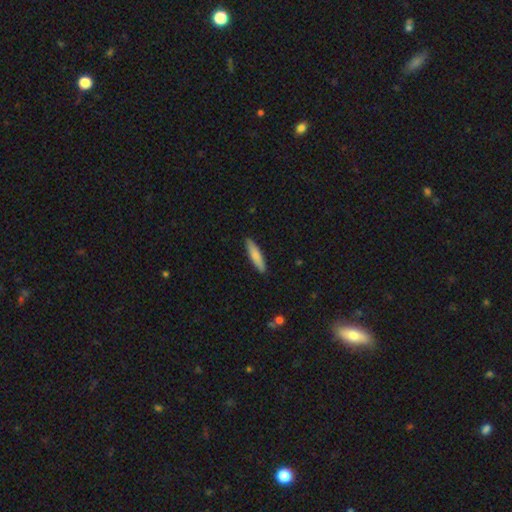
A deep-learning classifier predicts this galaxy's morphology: Smooth or featured? smooth (81%)
How rounded? cigar-shaped (79%)
Merging? none (89%)